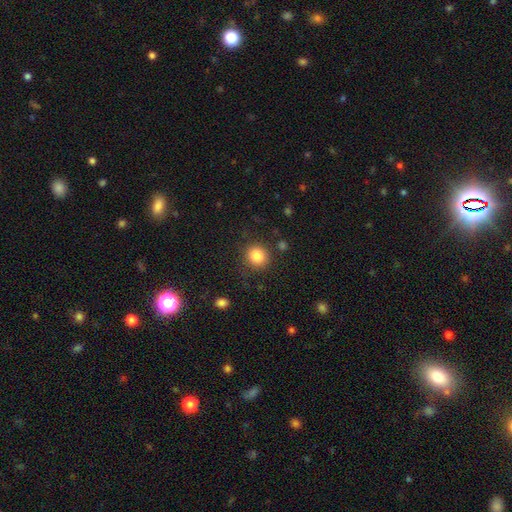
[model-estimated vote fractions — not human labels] Smooth or featured: smooth — 84% (star or artifact — 10%)
How rounded: round — 87% (in between — 12%)
Merging: none — 86% (minor disturbance — 9%)